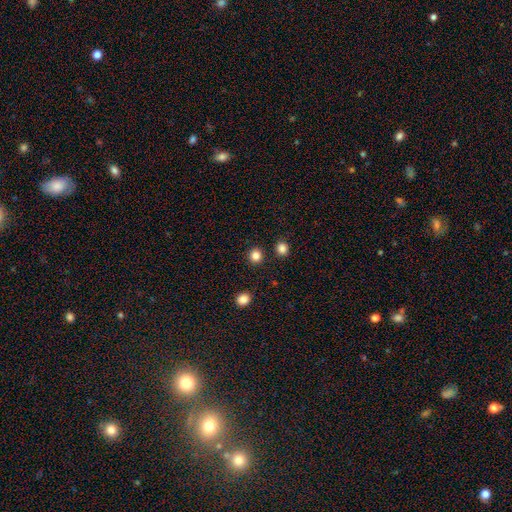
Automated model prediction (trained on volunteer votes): Overall: smooth (83%). How rounded: round (90%). Merging: none (90%).